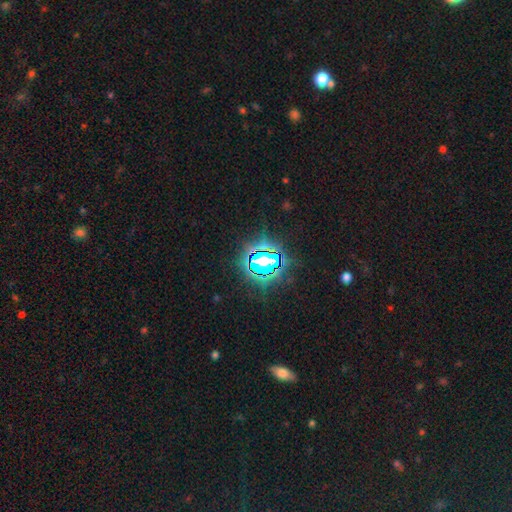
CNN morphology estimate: Smooth or featured? Predicted: star or artifact (p=0.81).